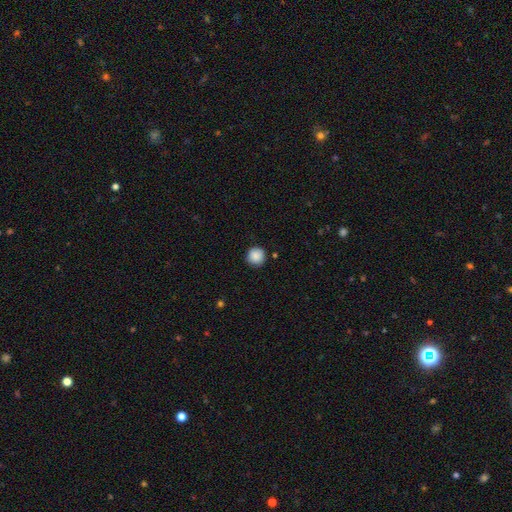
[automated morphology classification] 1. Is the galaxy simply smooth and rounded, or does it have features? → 88% smooth, 9% star or artifact, 3% featured or disk.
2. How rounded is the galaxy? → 95% round, 4% in between, 1% cigar-shaped.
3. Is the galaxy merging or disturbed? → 89% none, 8% minor disturbance, 2% major disturbance, 1% merger.